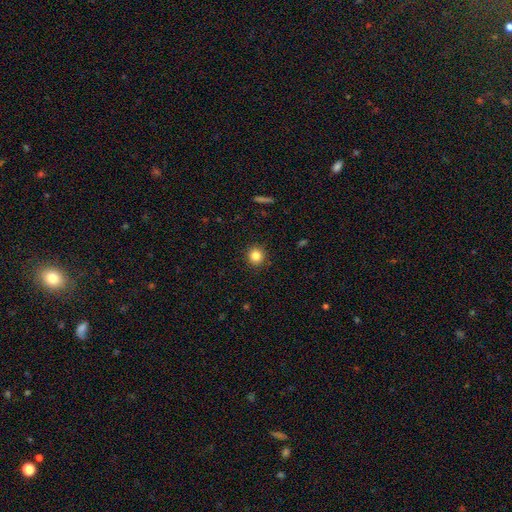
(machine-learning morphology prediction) This appears to be a smooth galaxy with no disk features (84%) that is round (93%). Merging: none (92%).